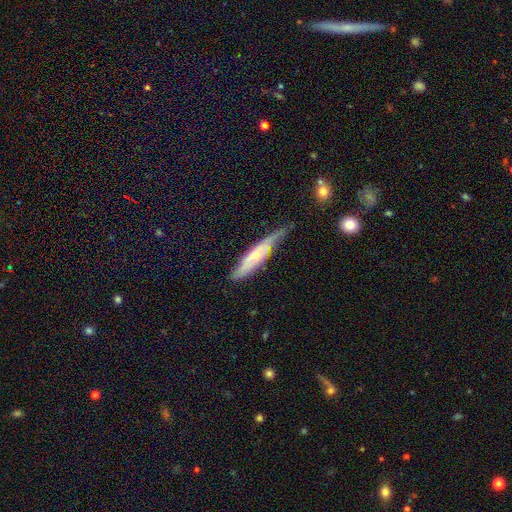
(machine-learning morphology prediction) Q: Smooth or featured?
A: featured or disk (52%); runner-up: smooth (42%)
Q: Edge-on disk?
A: yes (66%); runner-up: no (34%)
Q: Merging?
A: none (51%); runner-up: minor disturbance (36%)